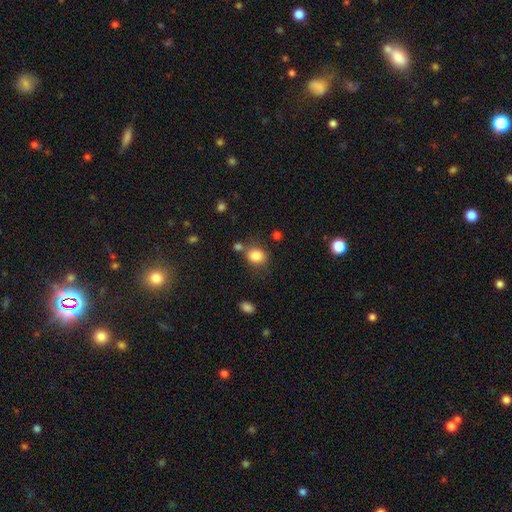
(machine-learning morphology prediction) This is clearly a smooth galaxy (84%). How rounded: possibly round (54%). Merging: likely none (67%).